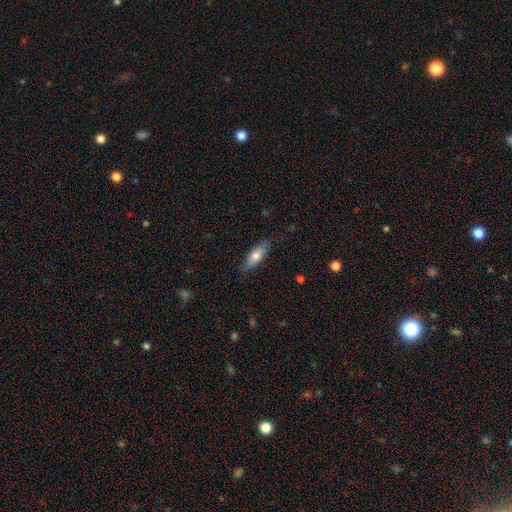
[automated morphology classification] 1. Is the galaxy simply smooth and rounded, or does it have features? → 71% smooth, 23% featured or disk, 6% star or artifact.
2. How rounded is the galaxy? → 64% in between, 34% cigar-shaped, 2% round.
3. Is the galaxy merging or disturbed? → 81% none, 15% minor disturbance, 3% major disturbance, 1% merger.